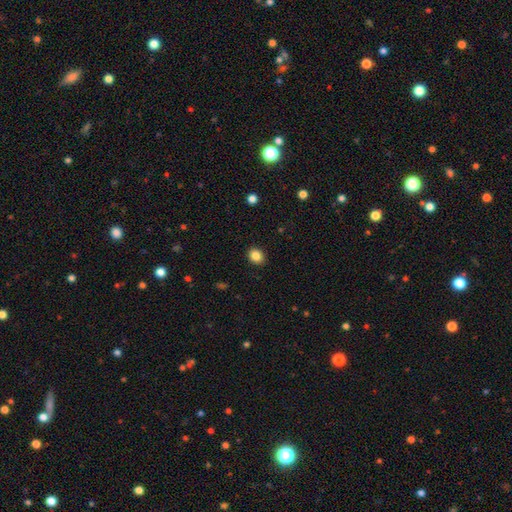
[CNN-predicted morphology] A smooth galaxy with no disk features (86%) that is round (60%). Merging: none (91%).